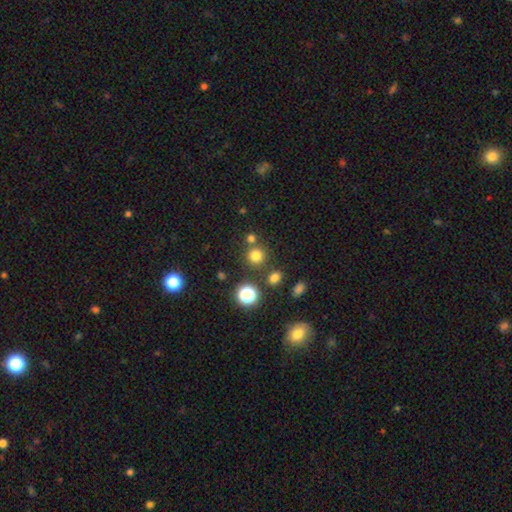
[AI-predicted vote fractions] This is likely a smooth galaxy (75%). How rounded: clearly round (92%). Merging: likely none (77%).